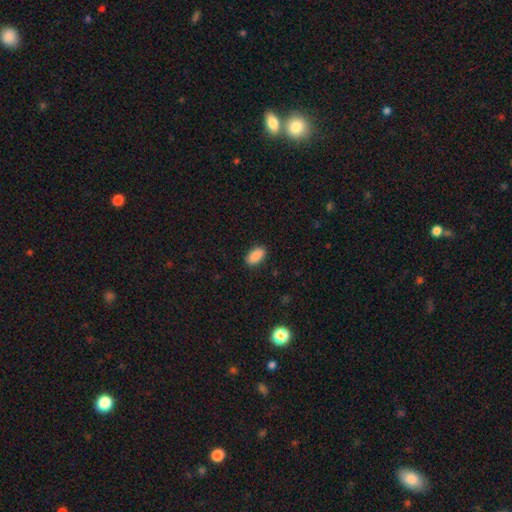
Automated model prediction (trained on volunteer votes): The model was most divided on "merging": none: 89%, minor disturbance: 8%, major disturbance: 2%, merger: 1%. More confident: how rounded — in between (93%); smooth or featured — smooth (89%).